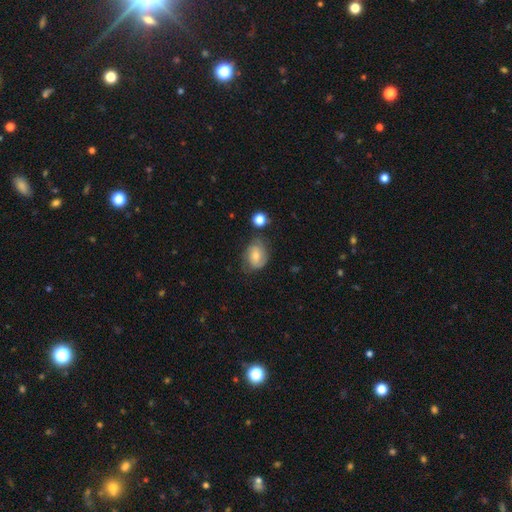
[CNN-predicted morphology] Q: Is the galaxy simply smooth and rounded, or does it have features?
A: smooth — 54%.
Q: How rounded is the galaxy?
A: in between — 66%.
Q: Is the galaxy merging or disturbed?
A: none — 58%.